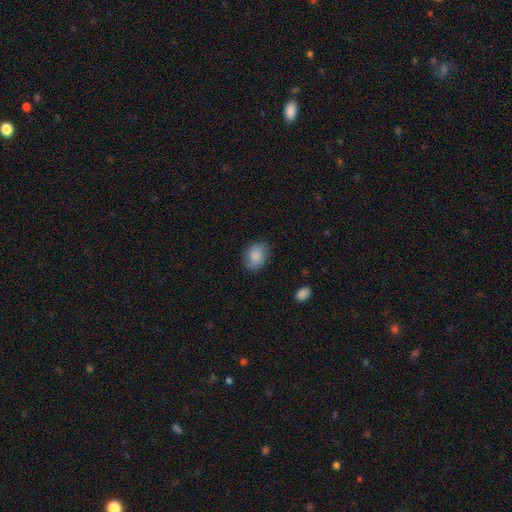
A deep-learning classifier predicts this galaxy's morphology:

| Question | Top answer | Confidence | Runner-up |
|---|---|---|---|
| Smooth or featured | smooth | 85% | featured or disk (8%) |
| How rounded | in between | 65% | round (34%) |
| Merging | none | 80% | minor disturbance (15%) |